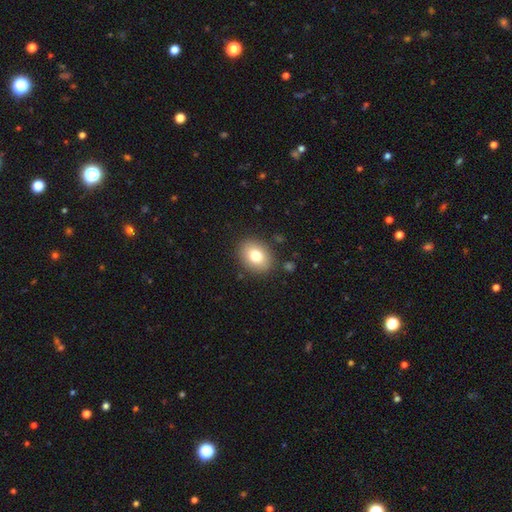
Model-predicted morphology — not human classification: Smooth or featured?
  - smooth: 78% *
  - featured or disk: 12%
  - star or artifact: 9%
How rounded?
  - in between: 58% *
  - round: 41%
  - cigar-shaped: 1%
Merging?
  - none: 87% *
  - minor disturbance: 8%
  - major disturbance: 3%
  - merger: 2%